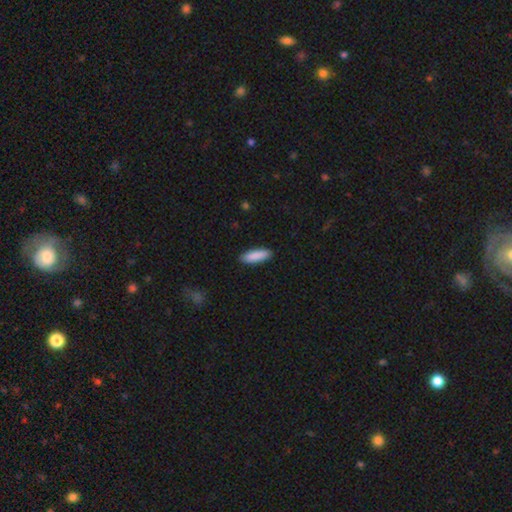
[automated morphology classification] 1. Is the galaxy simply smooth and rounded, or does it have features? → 89% smooth, 6% star or artifact, 5% featured or disk.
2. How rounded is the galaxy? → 50% in between, 48% cigar-shaped, 1% round.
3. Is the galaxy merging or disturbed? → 89% none, 8% minor disturbance, 2% major disturbance, 1% merger.